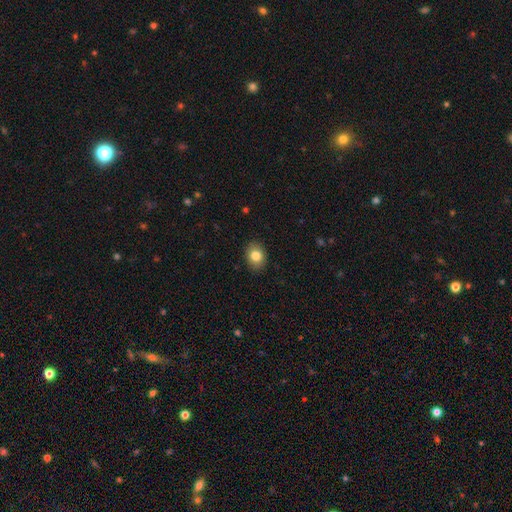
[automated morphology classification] The model was most divided on "how rounded": in between: 57%, round: 42%, cigar-shaped: 1%. More confident: merging — none (89%); smooth or featured — smooth (83%).